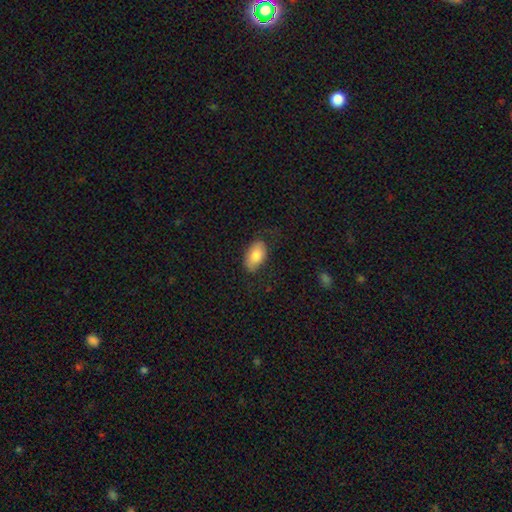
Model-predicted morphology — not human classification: Overall: smooth (82%). How rounded: in between (94%). Merging: none (73%).